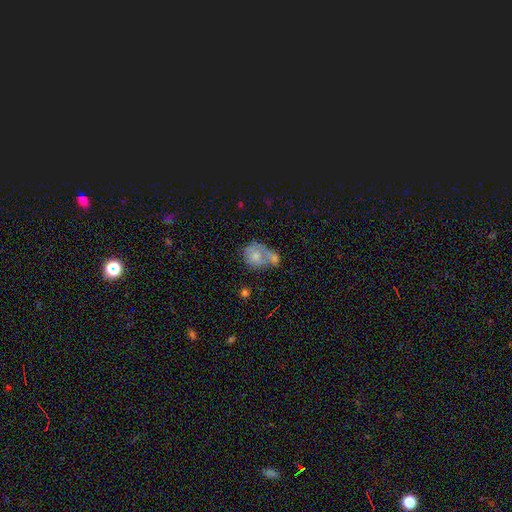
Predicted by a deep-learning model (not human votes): Q: Smooth or featured?
A: smooth (59%); runner-up: featured or disk (33%)
Q: How rounded?
A: round (55%); runner-up: in between (44%)
Q: Merging?
A: merger (53%); runner-up: none (20%)